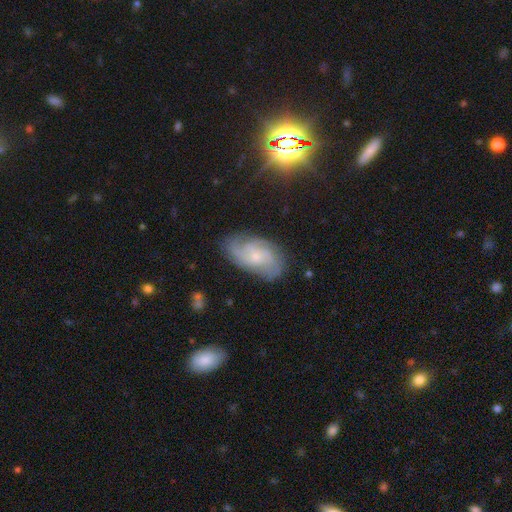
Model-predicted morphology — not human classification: Smooth or featured: featured or disk — 77% (smooth — 15%)
Edge-on disk: no — 96% (yes — 4%)
Bar: no — 70% (weak — 27%)
Spiral arms: yes — 95% (no — 5%)
Spiral winding: tight — 47% (medium — 41%)
Spiral arm count: 3 — 29% (can't tell — 26%)
Bulge size: small — 71% (moderate — 22%)
Merging: none — 74% (minor disturbance — 19%)